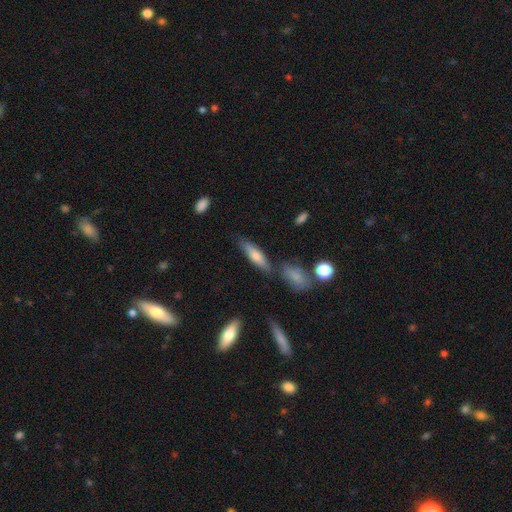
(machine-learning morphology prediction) smooth 60%, featured or disk 31%, star or artifact 9%. Down the decision tree: how rounded — cigar-shaped (64%); merging — none (70%).